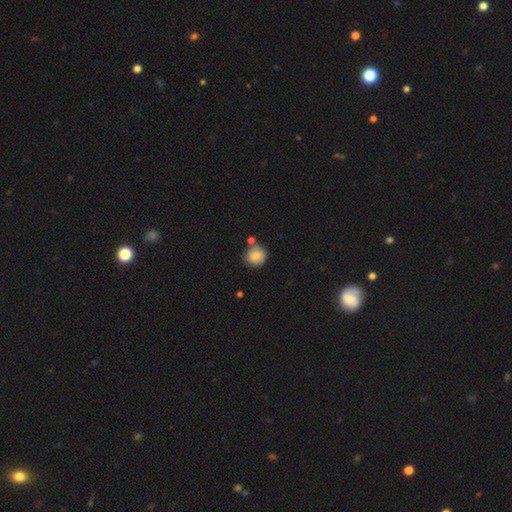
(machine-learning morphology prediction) smooth 84%, star or artifact 8%, featured or disk 8%. Down the decision tree: how rounded — round (90%); merging — none (71%).